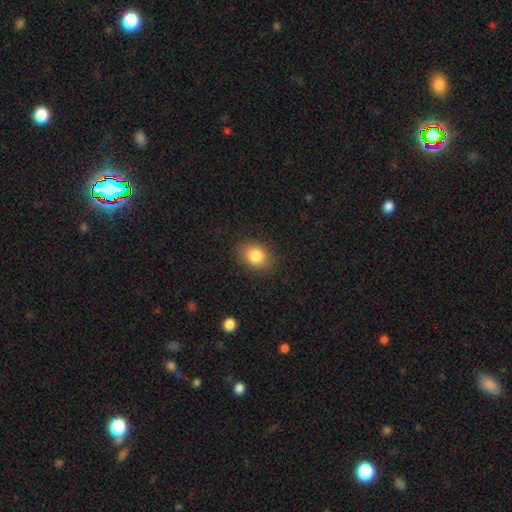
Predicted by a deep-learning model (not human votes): smooth-or-featured: smooth: 84% | star or artifact: 9% | featured or disk: 7%
  how-rounded: in between: 56% | round: 43% | cigar-shaped: 1%
  merging: none: 86% | minor disturbance: 10% | major disturbance: 3% | merger: 1%